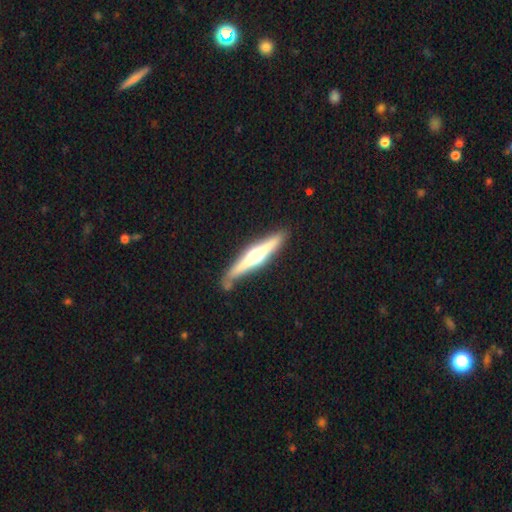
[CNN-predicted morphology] A featured or disk galaxy (69%) viewed edge-on (96%) with a rounded central bulge (90%).

Vote fractions:
- Smooth or featured? featured or disk: 69% / smooth: 26% / star or artifact: 5%
- Edge-on disk? yes: 96% / no: 4%
- Edge-on bulge? rounded: 90% / boxy: 6% / none: 4%
- Merging? none: 80% / minor disturbance: 13% / merger: 4% / major disturbance: 3%